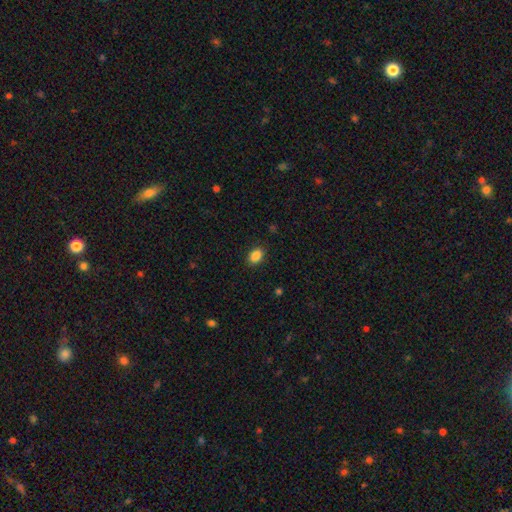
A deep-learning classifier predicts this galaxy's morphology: Smooth or featured? smooth (87%)
How rounded? in between (78%)
Merging? none (88%)